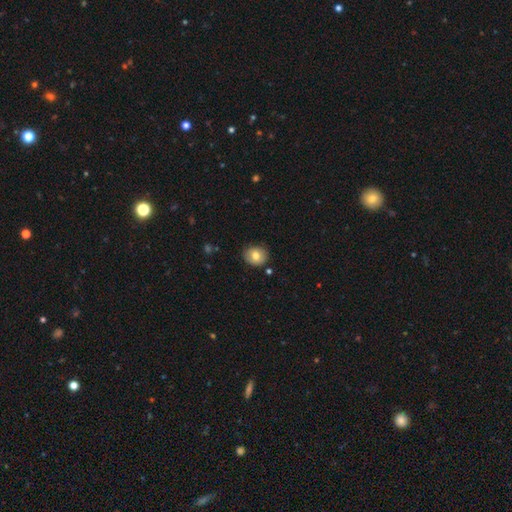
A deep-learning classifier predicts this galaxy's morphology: Smooth or featured?
  - smooth: 76% *
  - featured or disk: 15%
  - star or artifact: 9%
How rounded?
  - round: 72% *
  - in between: 27%
  - cigar-shaped: 1%
Merging?
  - none: 82% *
  - minor disturbance: 14%
  - major disturbance: 2%
  - merger: 2%